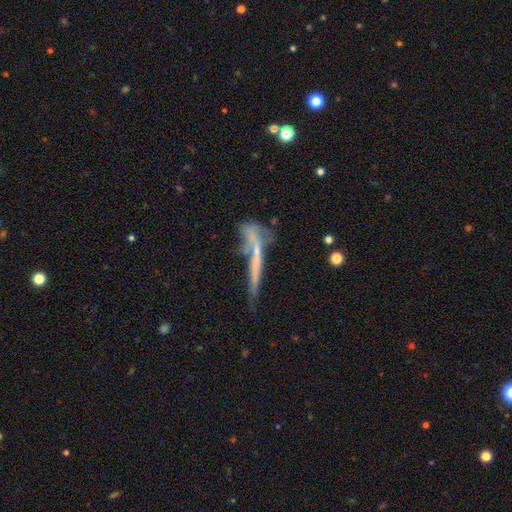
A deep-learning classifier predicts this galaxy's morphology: featured or disk 49%, smooth 38%, star or artifact 13%. Down the decision tree: merging — none (36%).